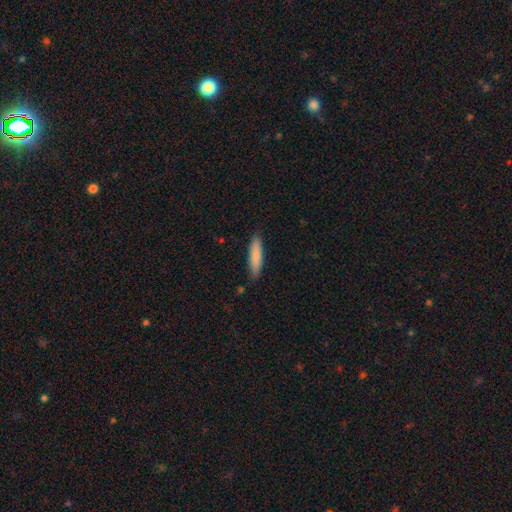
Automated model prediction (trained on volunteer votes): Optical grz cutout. It shows a smooth galaxy with no disk features (84%) that is cigar-shaped (77%). Merging: none (85%).